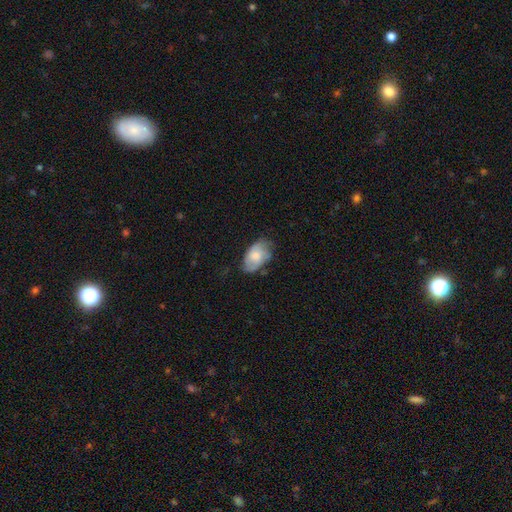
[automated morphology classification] This is likely a smooth galaxy (65%). How rounded: clearly in between (93%). Merging: possibly none (56%).